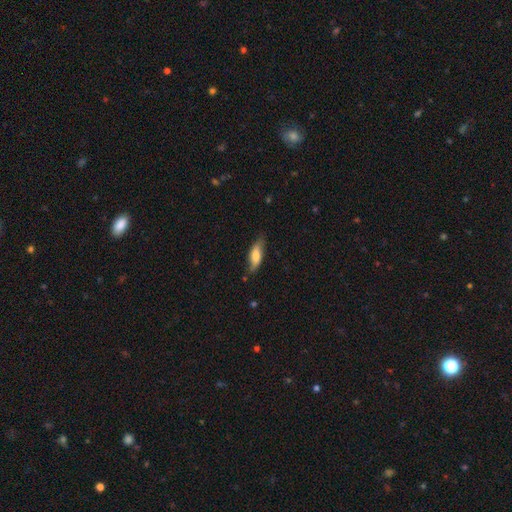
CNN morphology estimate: smooth 71%, featured or disk 23%, star or artifact 6%. Down the decision tree: how rounded — in between (61%); merging — none (69%).